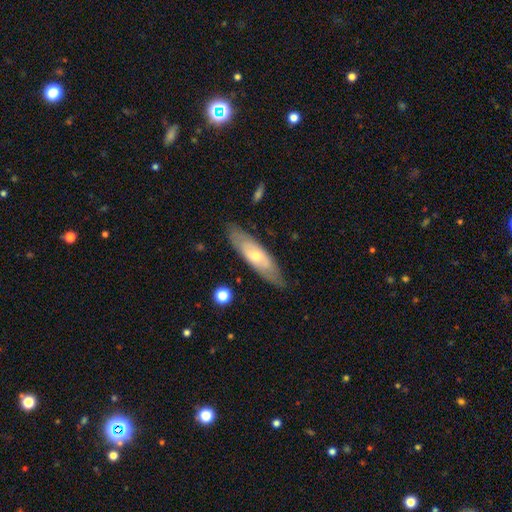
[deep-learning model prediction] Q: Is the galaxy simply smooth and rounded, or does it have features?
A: featured or disk — 56%.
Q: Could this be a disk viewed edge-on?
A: no — 66%.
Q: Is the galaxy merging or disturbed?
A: none — 82%.